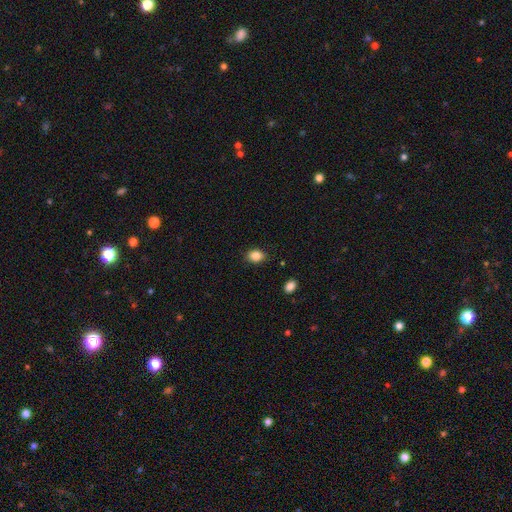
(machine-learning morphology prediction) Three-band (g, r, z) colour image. It shows a smooth galaxy with no disk features (85%) that is in between round and cigar-shaped (65%). Merging: none (86%).